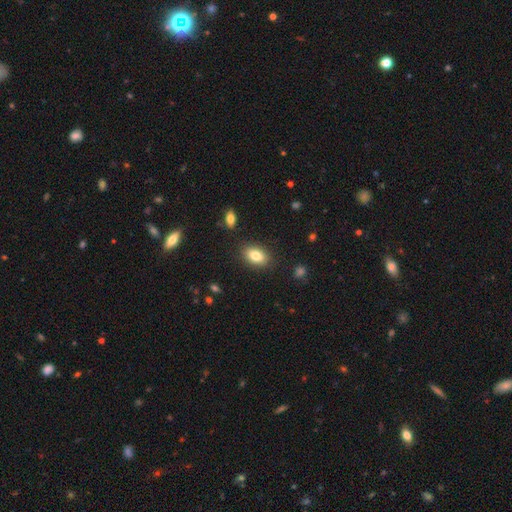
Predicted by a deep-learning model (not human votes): A smooth galaxy with no disk features (83%) that is in between round and cigar-shaped (88%).

Vote fractions:
- Smooth or featured? smooth: 83% / featured or disk: 9% / star or artifact: 8%
- How rounded? in between: 88% / round: 10% / cigar-shaped: 2%
- Merging? none: 86% / minor disturbance: 10% / major disturbance: 3% / merger: 2%